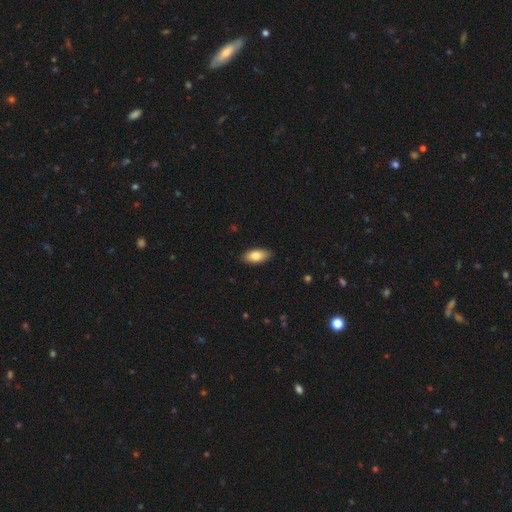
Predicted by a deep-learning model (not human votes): Smooth or featured: smooth — 82% (featured or disk — 11%)
How rounded: in between — 90% (cigar-shaped — 7%)
Merging: none — 88% (minor disturbance — 9%)